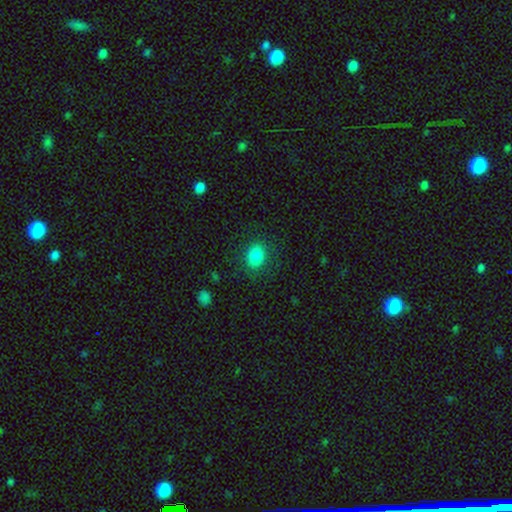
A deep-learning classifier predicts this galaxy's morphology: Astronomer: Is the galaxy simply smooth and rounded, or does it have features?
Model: smooth — 85%.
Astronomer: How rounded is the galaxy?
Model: in between — 66%.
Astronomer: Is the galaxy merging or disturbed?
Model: none — 84%.